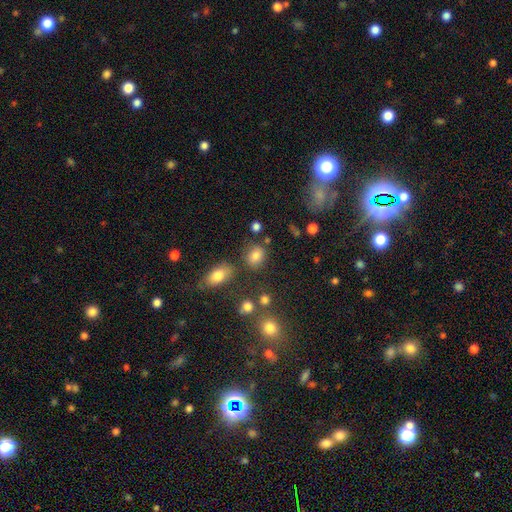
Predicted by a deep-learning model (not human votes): Smooth or featured: smooth — 80% (star or artifact — 12%)
How rounded: in between — 55% (round — 44%)
Merging: none — 72% (minor disturbance — 15%)